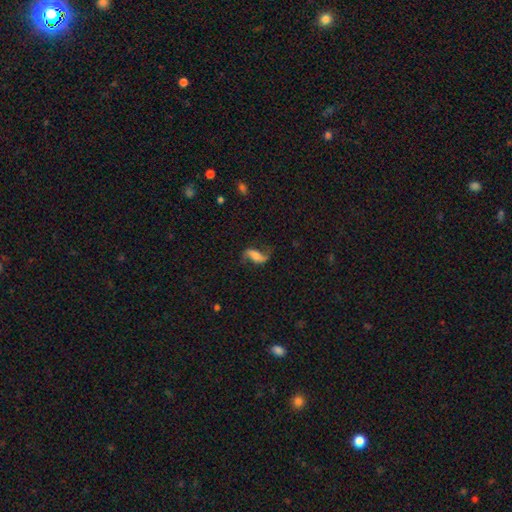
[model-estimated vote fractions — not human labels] This appears to be a featured or disk galaxy (72%) with no bar (40%), 2 (92%) loose (83%) spiral arms (93%) and a moderate central bulge (34%, tied with small). Merging: none (73%).